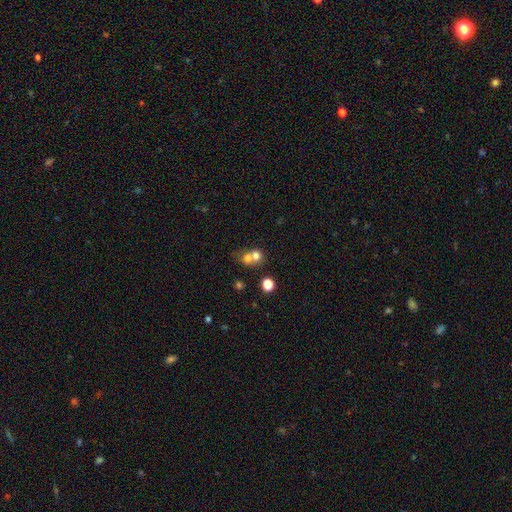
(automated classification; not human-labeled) This is likely a smooth galaxy (69%). How rounded: likely round (75%). Merging: likely merger (63%).